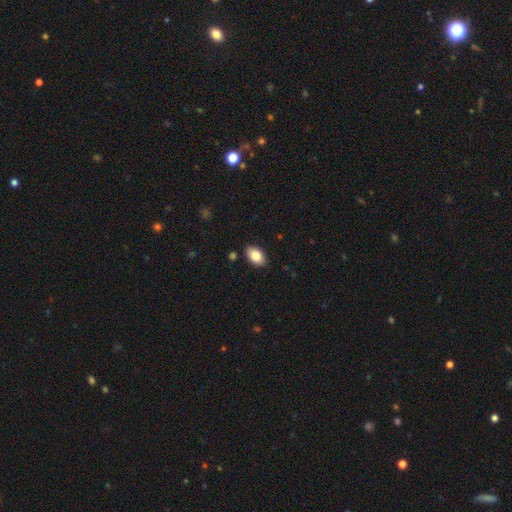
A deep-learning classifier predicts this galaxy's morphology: This is clearly a smooth galaxy (82%). How rounded: clearly in between (92%). Merging: clearly none (88%).